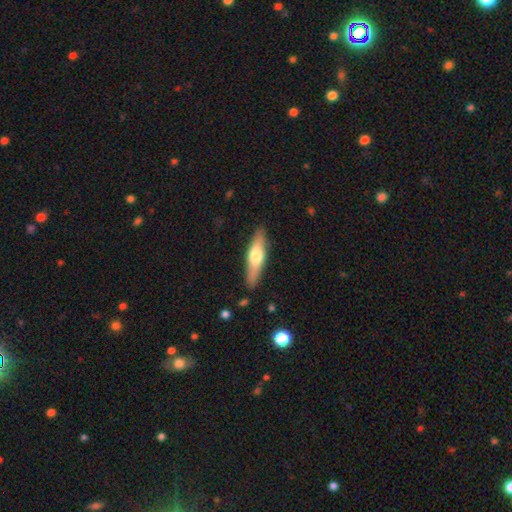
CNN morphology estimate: Q: Smooth or featured?
A: smooth (52%); runner-up: featured or disk (43%)
Q: How rounded?
A: cigar-shaped (70%); runner-up: in between (28%)
Q: Merging?
A: none (87%); runner-up: minor disturbance (10%)